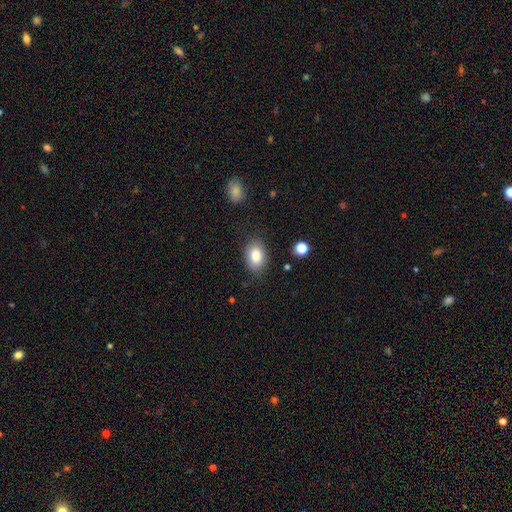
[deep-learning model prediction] A smooth galaxy with no disk features (85%) that is in between round and cigar-shaped (83%). Merging: none (82%).